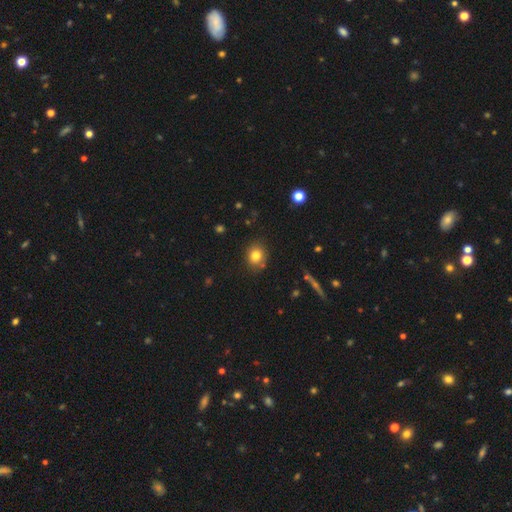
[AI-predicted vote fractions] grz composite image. It shows a smooth galaxy with no disk features (81%) that is round (66%). Merging: none (83%).